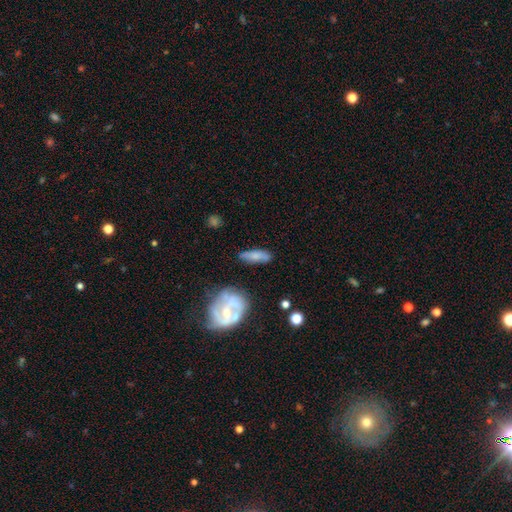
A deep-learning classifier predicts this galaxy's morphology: smooth-or-featured: smooth: 64% | featured or disk: 28% | star or artifact: 8%
  how-rounded: in between: 49% | cigar-shaped: 48% | round: 4%
  merging: none: 72% | minor disturbance: 18% | major disturbance: 5% | merger: 4%